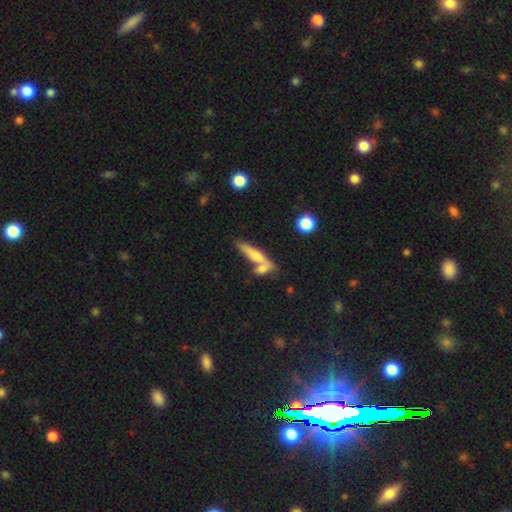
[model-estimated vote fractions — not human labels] Smooth or featured: smooth — 59% (featured or disk — 33%)
How rounded: cigar-shaped — 78% (in between — 19%)
Merging: none — 48% (merger — 36%)